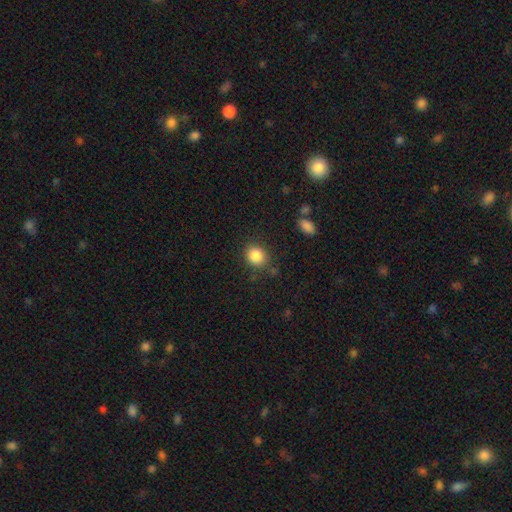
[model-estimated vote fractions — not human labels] Smooth or featured?
  - smooth: 86% *
  - star or artifact: 10%
  - featured or disk: 4%
How rounded?
  - round: 73% *
  - in between: 26%
  - cigar-shaped: 1%
Merging?
  - none: 82% *
  - minor disturbance: 11%
  - major disturbance: 4%
  - merger: 3%